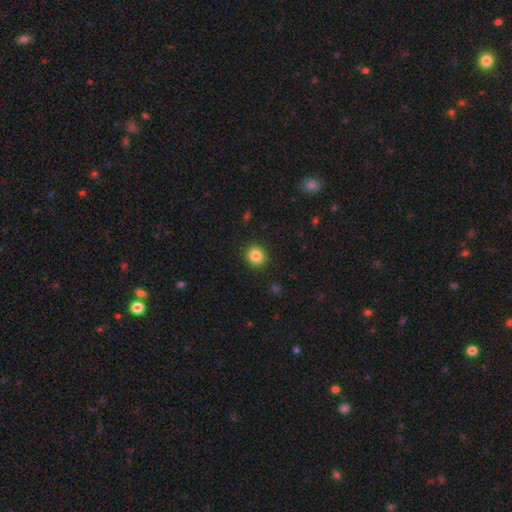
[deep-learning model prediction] smooth_or_featured: smooth (p=0.85) [alt: star or artifact p=0.10]
how_rounded: round (p=0.85) [alt: in between p=0.14]
merging: none (p=0.91) [alt: minor disturbance p=0.06]